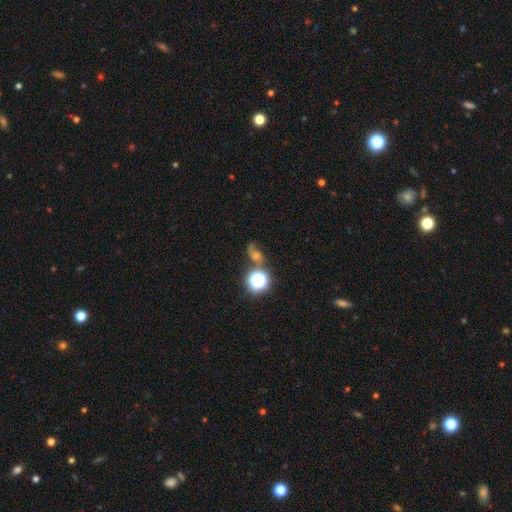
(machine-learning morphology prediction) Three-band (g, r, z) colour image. It shows a star or artifact, not a galaxy (42%).